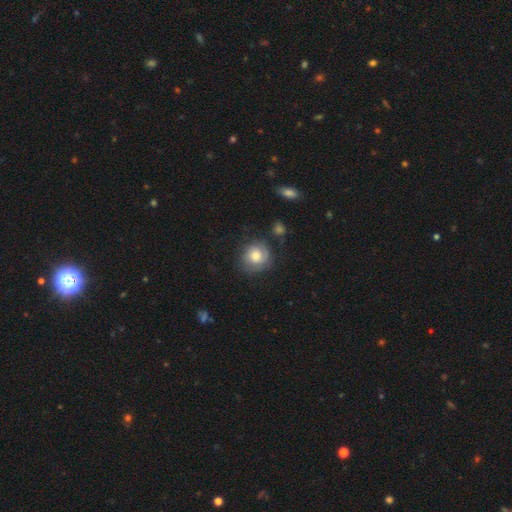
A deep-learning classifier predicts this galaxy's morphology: Smooth or featured? Predicted: smooth (p=0.59). How rounded? Predicted: round (p=0.84). Merging? Predicted: none (p=0.66).